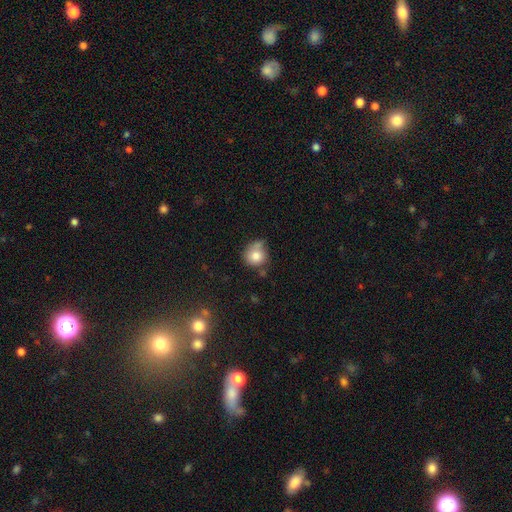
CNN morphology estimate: Smooth or featured? Predicted: smooth (p=0.79). How rounded? Predicted: round (p=0.84). Merging? Predicted: none (p=0.49).